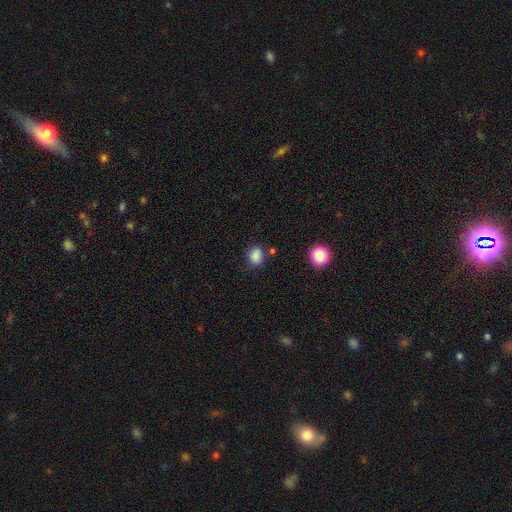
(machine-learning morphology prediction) A smooth galaxy with no disk features (84%) that is round (56%).

Vote fractions:
- Smooth or featured? smooth: 84% / star or artifact: 12% / featured or disk: 4%
- How rounded? round: 56% / in between: 43% / cigar-shaped: 1%
- Merging? none: 75% / minor disturbance: 16% / merger: 5% / major disturbance: 4%